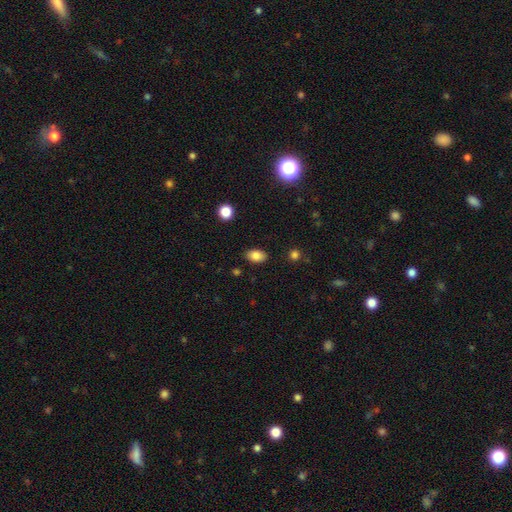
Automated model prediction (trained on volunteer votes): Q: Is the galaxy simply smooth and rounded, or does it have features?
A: smooth — 83%.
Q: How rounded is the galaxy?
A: in between — 89%.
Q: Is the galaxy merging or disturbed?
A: none — 86%.